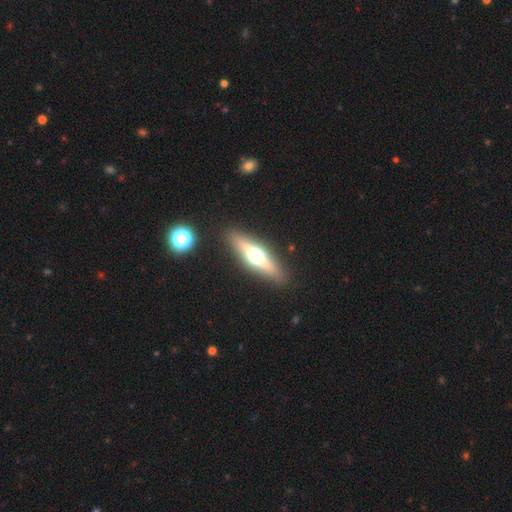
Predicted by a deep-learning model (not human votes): Smooth or featured: featured or disk — 60% (smooth — 32%)
Edge-on disk: yes — 92% (no — 8%)
Edge-on bulge: rounded — 95% (boxy — 3%)
Merging: none — 89% (minor disturbance — 7%)